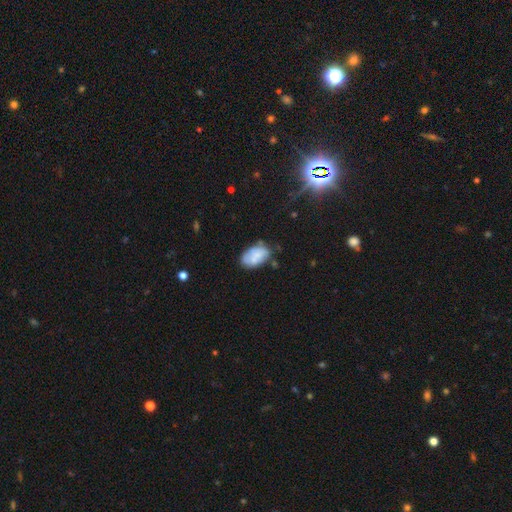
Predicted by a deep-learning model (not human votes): Smooth or featured? smooth (66%)
How rounded? in between (91%)
Merging? none (55%)